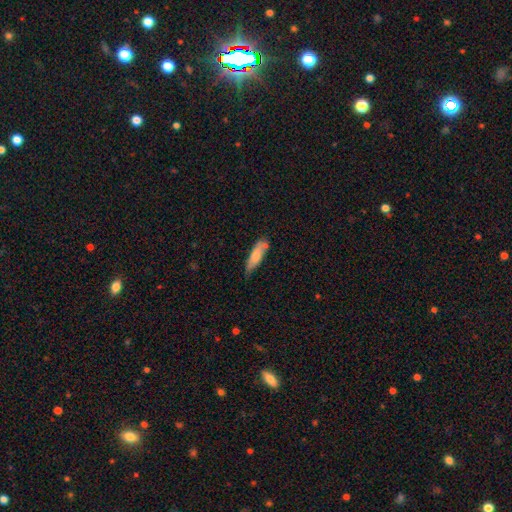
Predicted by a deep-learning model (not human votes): smooth 74%, featured or disk 20%, star or artifact 6%. Down the decision tree: how rounded — cigar-shaped (62%); merging — none (57%).